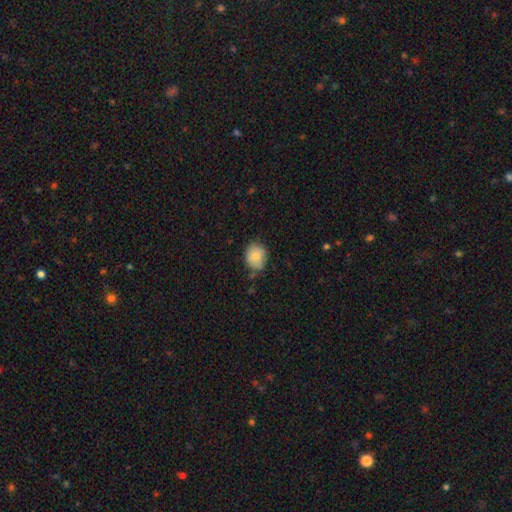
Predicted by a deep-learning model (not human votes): smooth-or-featured: smooth: 76% | featured or disk: 16% | star or artifact: 8%
  how-rounded: round: 51% | in between: 48% | cigar-shaped: 1%
  merging: none: 72% | minor disturbance: 22% | major disturbance: 4% | merger: 2%